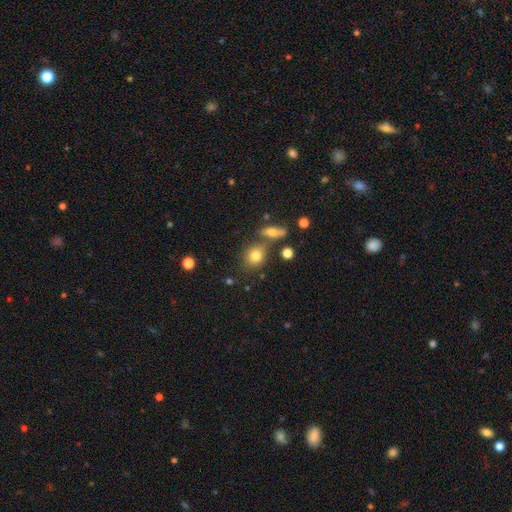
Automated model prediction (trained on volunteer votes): A smooth galaxy with no disk features (78%) that is round (65%). Merging: none (64%).